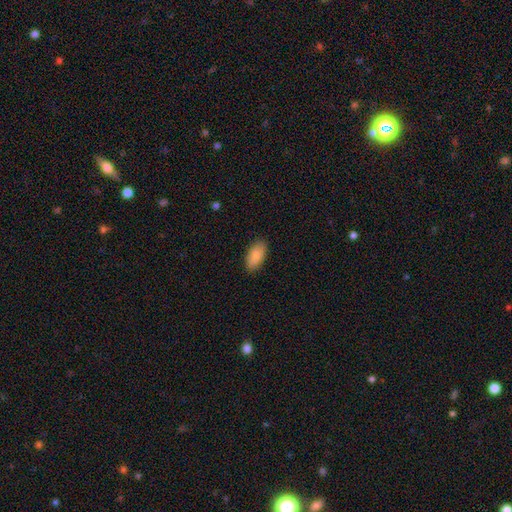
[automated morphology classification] A smooth galaxy with no disk features (89%) that is in between round and cigar-shaped (92%). Merging: none (88%).